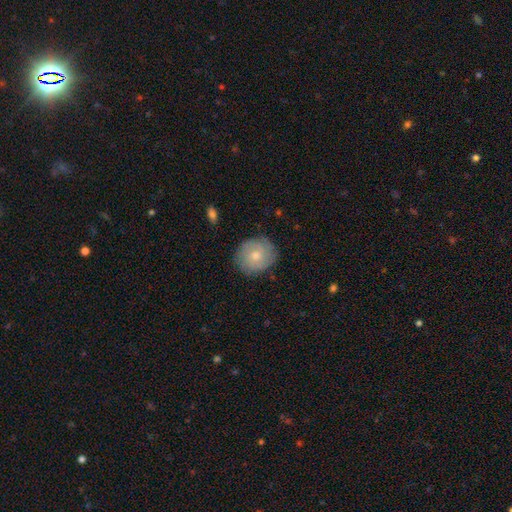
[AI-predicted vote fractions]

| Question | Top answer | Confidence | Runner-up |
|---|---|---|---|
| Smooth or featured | smooth | 54% | featured or disk (39%) |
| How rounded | round | 79% | in between (20%) |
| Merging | none | 84% | minor disturbance (12%) |